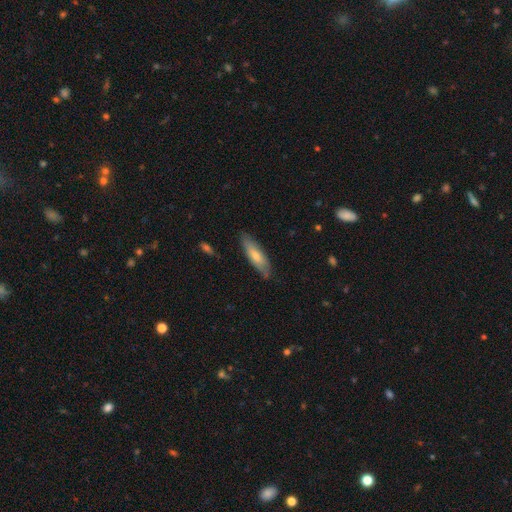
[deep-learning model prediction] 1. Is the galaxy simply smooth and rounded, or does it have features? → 66% smooth, 28% featured or disk, 5% star or artifact.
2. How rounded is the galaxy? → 58% cigar-shaped, 40% in between, 2% round.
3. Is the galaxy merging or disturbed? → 78% none, 17% minor disturbance, 3% major disturbance, 2% merger.